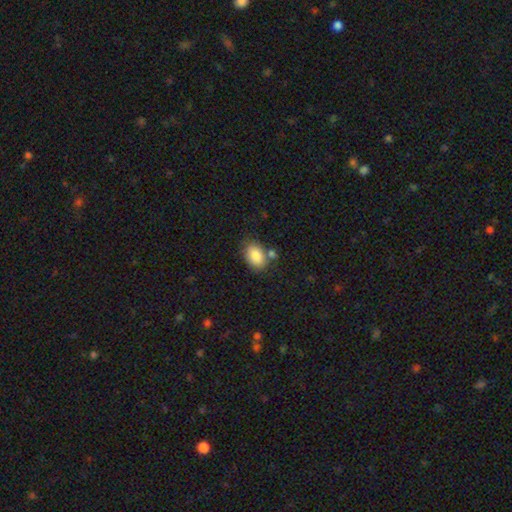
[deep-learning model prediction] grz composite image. It shows a smooth galaxy with no disk features (85%) that is in between round and cigar-shaped (84%). Merging: none (67%).